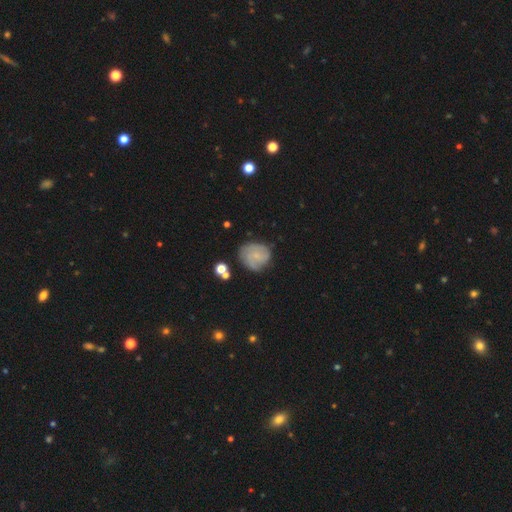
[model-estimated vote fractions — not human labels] Smooth or featured? Predicted: featured or disk (p=0.57). Edge-on disk? Predicted: no (p=0.98). Bar? Predicted: no (p=0.74). Spiral arms? Predicted: yes (p=0.87). Bulge size? Predicted: small (p=0.71). Merging? Predicted: none (p=0.69).